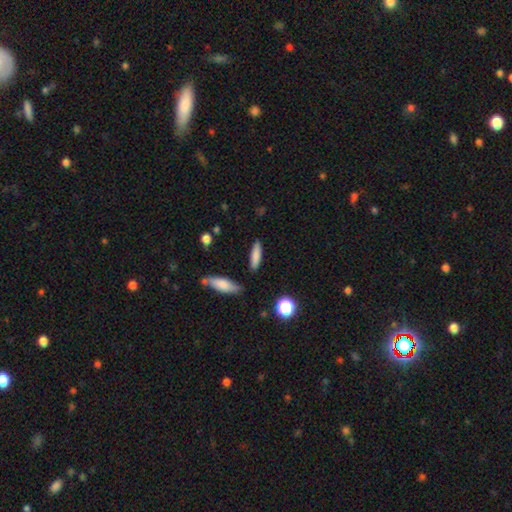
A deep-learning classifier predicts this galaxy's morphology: Smooth or featured?
  - smooth: 81% *
  - featured or disk: 11%
  - star or artifact: 8%
How rounded?
  - cigar-shaped: 70% *
  - in between: 28%
  - round: 2%
Merging?
  - none: 84% *
  - minor disturbance: 10%
  - merger: 4%
  - major disturbance: 2%